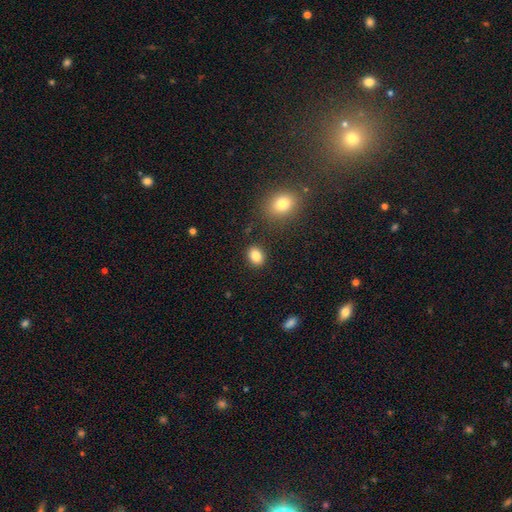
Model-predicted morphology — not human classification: Overall: smooth (85%). How rounded: in between (59%; round 39%). Merging: none (85%).